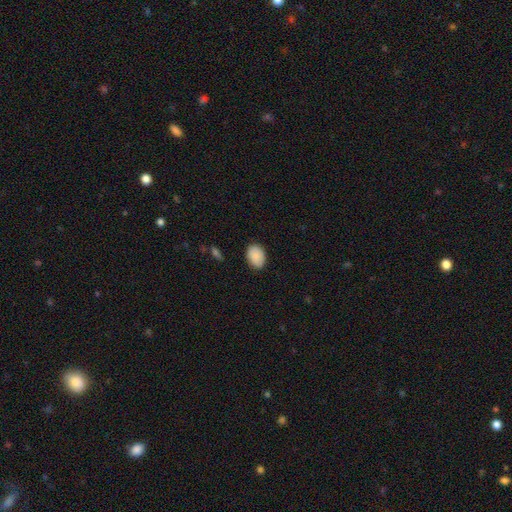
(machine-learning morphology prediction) smooth-or-featured: smooth: 89% | star or artifact: 7% | featured or disk: 5%
  how-rounded: in between: 80% | round: 19% | cigar-shaped: 1%
  merging: none: 86% | minor disturbance: 11% | major disturbance: 2% | merger: 1%